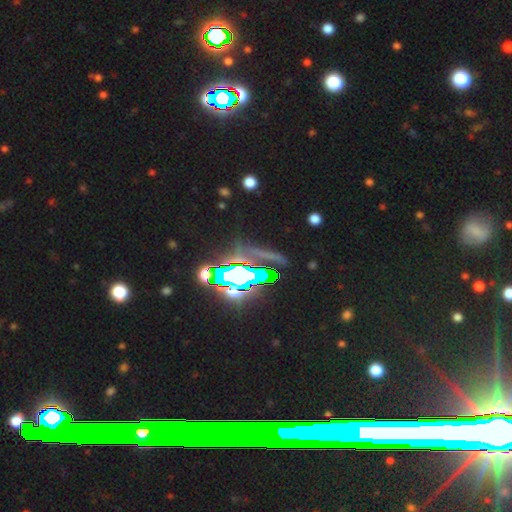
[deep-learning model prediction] Q: Smooth or featured?
A: star or artifact (67%); runner-up: featured or disk (20%)